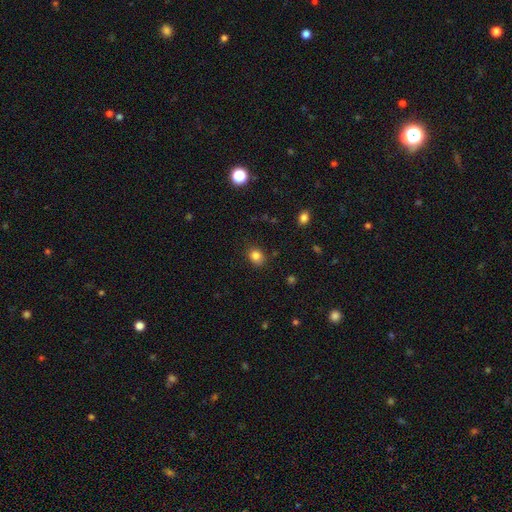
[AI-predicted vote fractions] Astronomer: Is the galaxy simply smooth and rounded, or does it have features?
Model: smooth — 83%.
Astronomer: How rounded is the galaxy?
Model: round — 54% (runner-up: in between, 45%).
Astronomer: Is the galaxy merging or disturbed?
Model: none — 83%.